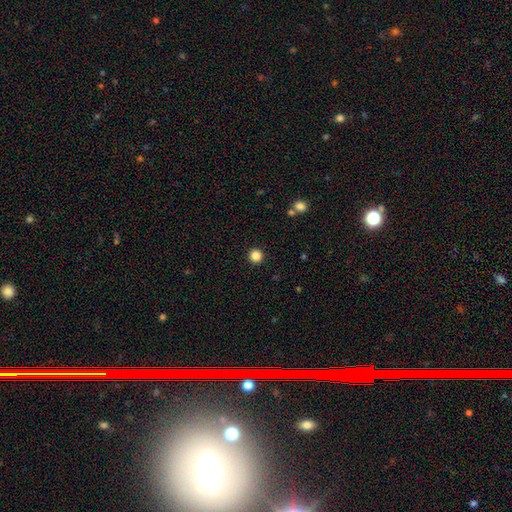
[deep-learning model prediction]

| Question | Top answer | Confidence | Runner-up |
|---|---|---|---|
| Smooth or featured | smooth | 85% | star or artifact (11%) |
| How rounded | round | 96% | in between (3%) |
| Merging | none | 93% | minor disturbance (4%) |